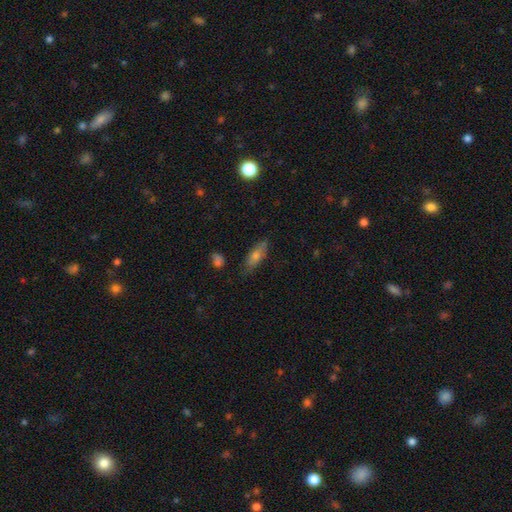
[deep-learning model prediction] The model was most divided on "how rounded": in between: 54%, cigar-shaped: 43%, round: 3%. More confident: merging — none (80%); smooth or featured — smooth (63%).